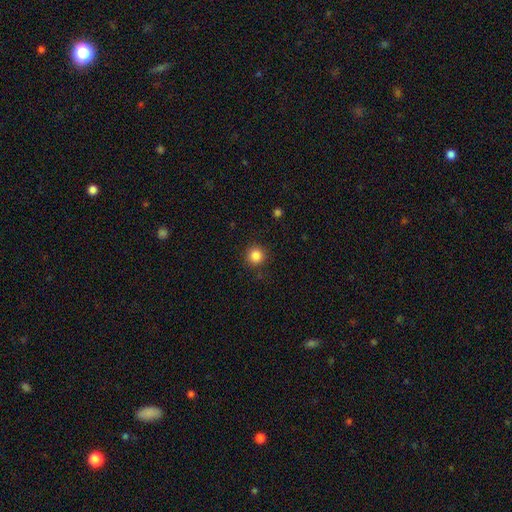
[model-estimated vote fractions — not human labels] smooth 85%, star or artifact 11%, featured or disk 4%. Down the decision tree: how rounded — round (95%); merging — none (90%).